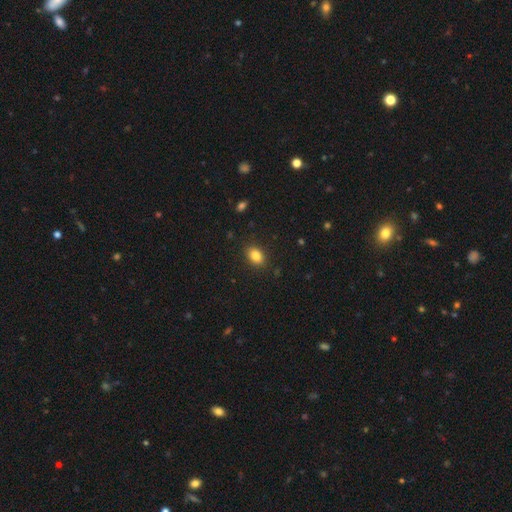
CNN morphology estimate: Overall: smooth (84%). How rounded: in between (79%). Merging: none (88%).